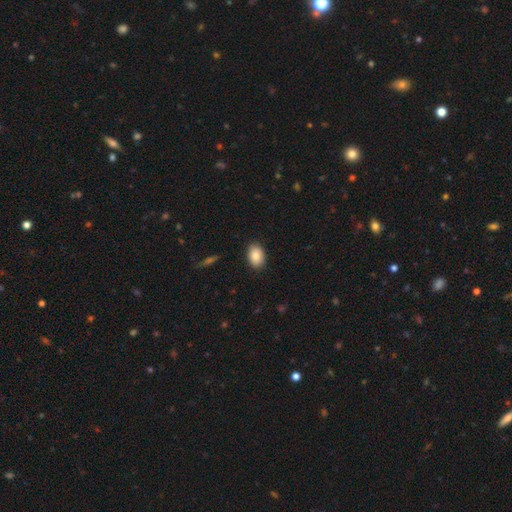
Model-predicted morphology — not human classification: A smooth galaxy with no disk features (86%) that is in between round and cigar-shaped (86%).

Vote fractions:
- Smooth or featured? smooth: 86% / featured or disk: 7% / star or artifact: 7%
- How rounded? in between: 86% / round: 13% / cigar-shaped: 1%
- Merging? none: 88% / minor disturbance: 9% / major disturbance: 2% / merger: 1%